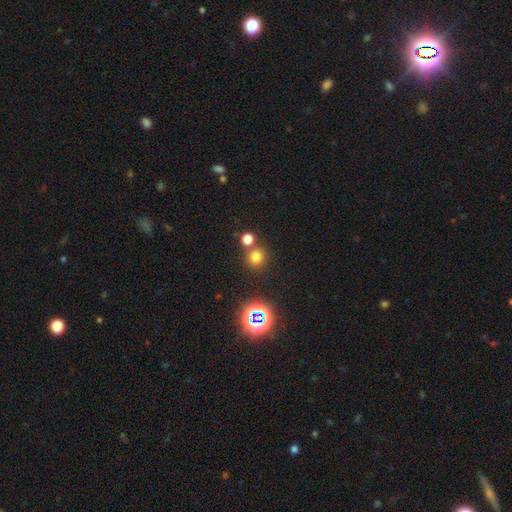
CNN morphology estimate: The model was most divided on "smooth or featured": smooth: 71%, star or artifact: 23%, featured or disk: 6%. More confident: how rounded — round (90%); merging — none (71%).